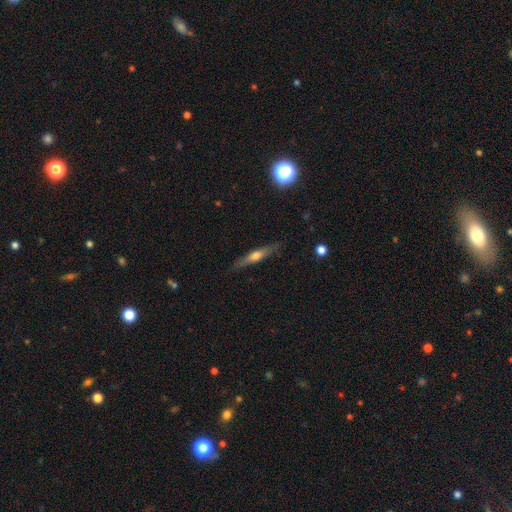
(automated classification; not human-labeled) The model was most divided on "smooth or featured": featured or disk: 61%, smooth: 33%, star or artifact: 6%. More confident: edge-on disk — yes (95%); edge-on bulge — rounded (87%); merging — none (86%).